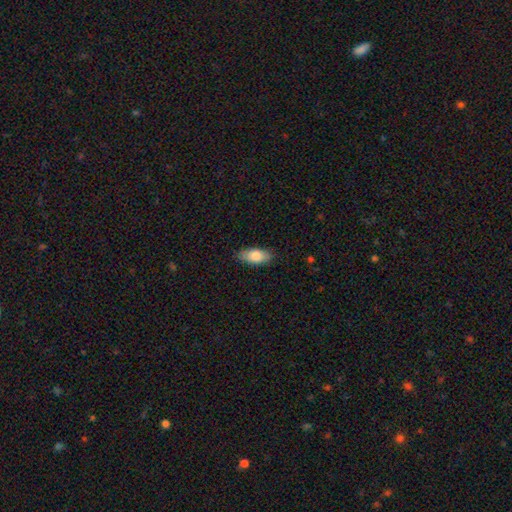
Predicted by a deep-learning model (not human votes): Morphology: type=smooth (80%); roundness=in between (87%); merging=none (83%).